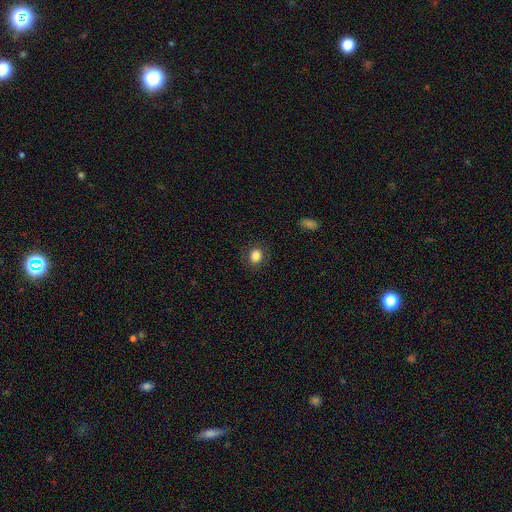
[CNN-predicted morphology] type=smooth (82%); roundness=round (73%); merging=none (86%).